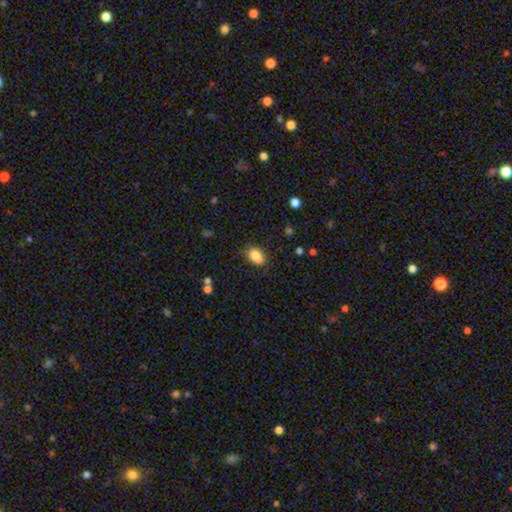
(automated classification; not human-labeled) This appears to be a smooth galaxy with no disk features (84%) that is in between round and cigar-shaped (82%). Merging: none (71%).